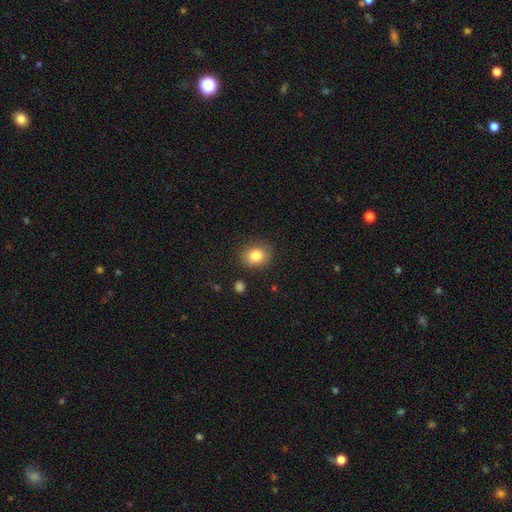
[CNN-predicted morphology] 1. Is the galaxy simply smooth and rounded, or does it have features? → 83% smooth, 10% star or artifact, 7% featured or disk.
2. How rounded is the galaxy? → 59% round, 40% in between, 1% cigar-shaped.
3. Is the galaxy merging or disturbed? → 85% none, 10% minor disturbance, 3% major disturbance, 2% merger.